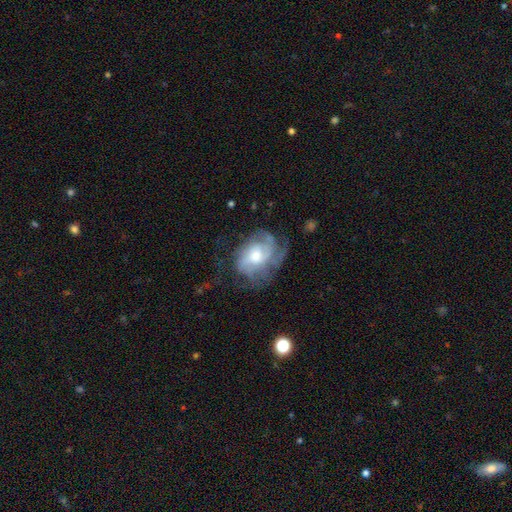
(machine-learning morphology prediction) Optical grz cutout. It shows a featured or disk galaxy (72%) with no bar (69%), tight (45%) spiral arms (84%) and a moderate central bulge (58%). Merging: none (50%).